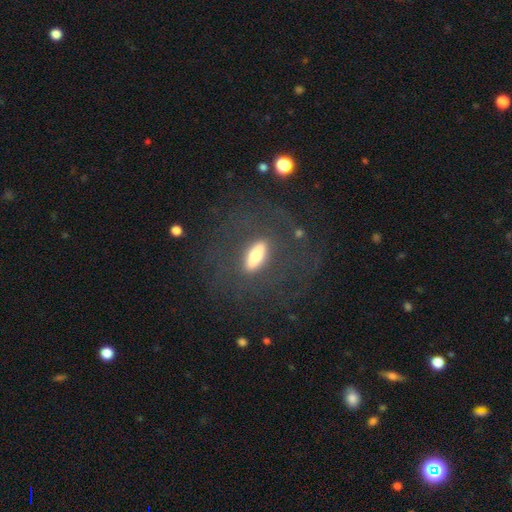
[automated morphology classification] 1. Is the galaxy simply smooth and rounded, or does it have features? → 44% featured or disk, 43% smooth, 13% star or artifact.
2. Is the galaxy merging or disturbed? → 71% none, 14% minor disturbance, 13% major disturbance, 3% merger.